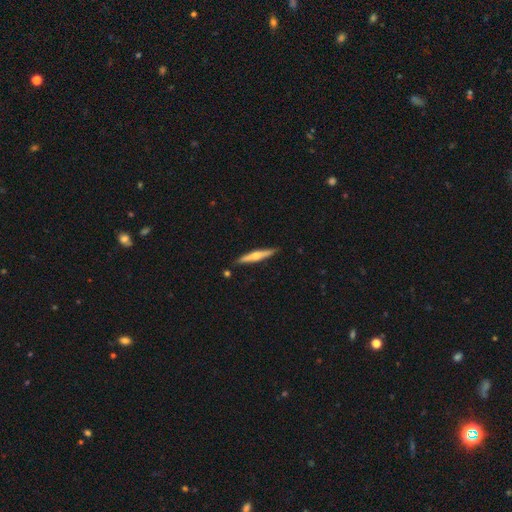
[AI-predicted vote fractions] Morphology: type=featured or disk (55%); edge-on=yes (96%); edge-on bulge=rounded (82%); merging=none (87%).